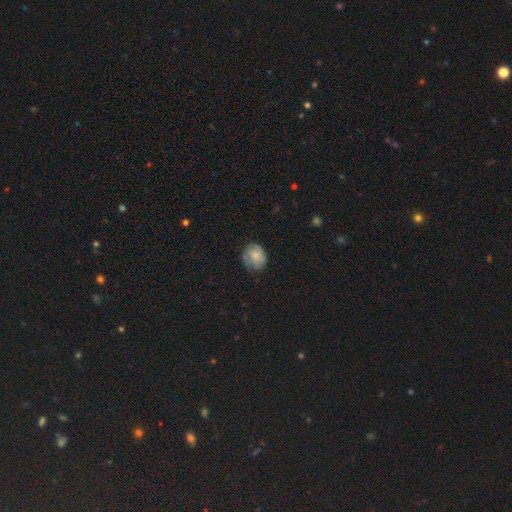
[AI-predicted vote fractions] smooth 66%, featured or disk 26%, star or artifact 8%. Down the decision tree: how rounded — round (62%); merging — none (66%).